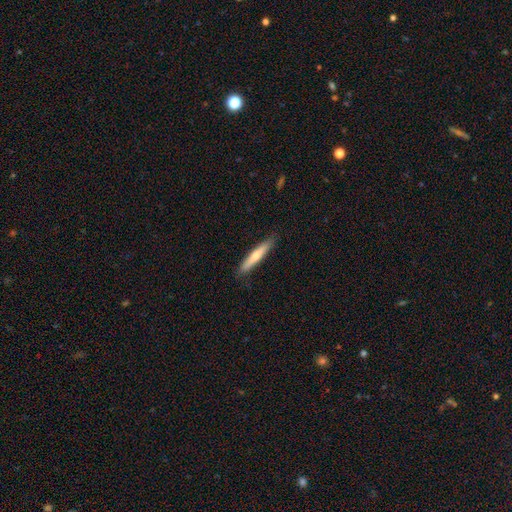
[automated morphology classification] A smooth galaxy with no disk features (58%) that is cigar-shaped (91%). Merging: none (88%).